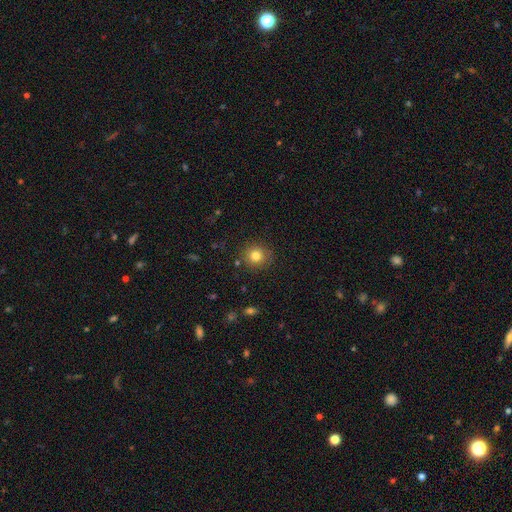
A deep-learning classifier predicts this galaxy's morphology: Smooth or featured? Predicted: smooth (p=0.80). How rounded? Predicted: round (p=0.92). Merging? Predicted: none (p=0.88).